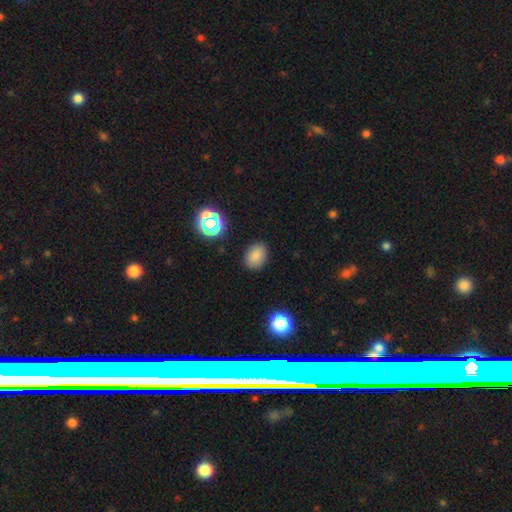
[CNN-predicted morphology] smooth_or_featured: smooth (p=0.82) [alt: star or artifact p=0.12]
how_rounded: in between (p=0.69) [alt: round p=0.30]
merging: none (p=0.86) [alt: minor disturbance p=0.10]